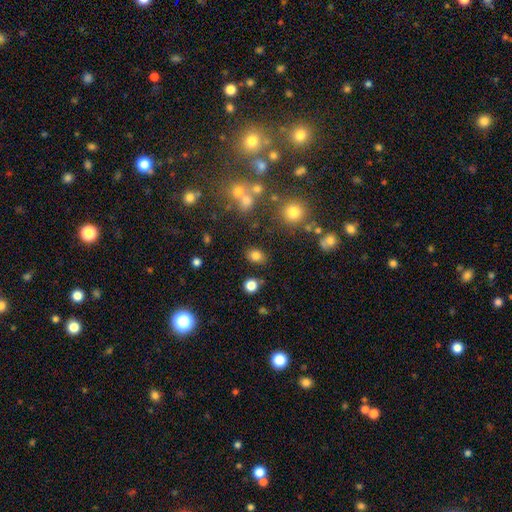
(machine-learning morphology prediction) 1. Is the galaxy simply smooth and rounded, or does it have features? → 81% smooth, 13% star or artifact, 7% featured or disk.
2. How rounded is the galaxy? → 54% in between, 45% round, 1% cigar-shaped.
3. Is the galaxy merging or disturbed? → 82% none, 10% minor disturbance, 4% merger, 3% major disturbance.